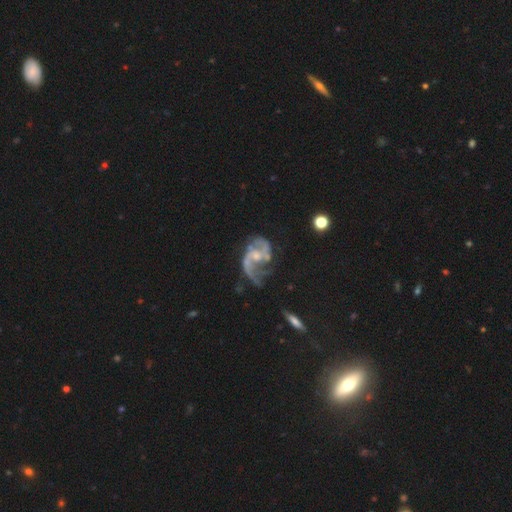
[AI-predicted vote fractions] Smooth or featured?
  - featured or disk: 89% *
  - star or artifact: 6%
  - smooth: 5%
Edge-on disk?
  - no: 98% *
  - yes: 2%
Bar?
  - no: 48% *
  - weak: 42%
  - strong: 10%
Spiral arms?
  - yes: 96% *
  - no: 4%
Spiral winding?
  - loose: 46% *
  - medium: 44%
  - tight: 11%
Spiral arm count?
  - 2: 77% *
  - 3: 7%
  - can't tell: 6%
  - 1: 5%
  - 4: 2%
  - more than 4: 2%
Bulge size?
  - small: 49% *
  - moderate: 37%
  - none: 11%
  - large: 2%
  - dominant: 1%
Merging?
  - none: 47% *
  - major disturbance: 26%
  - minor disturbance: 22%
  - merger: 5%